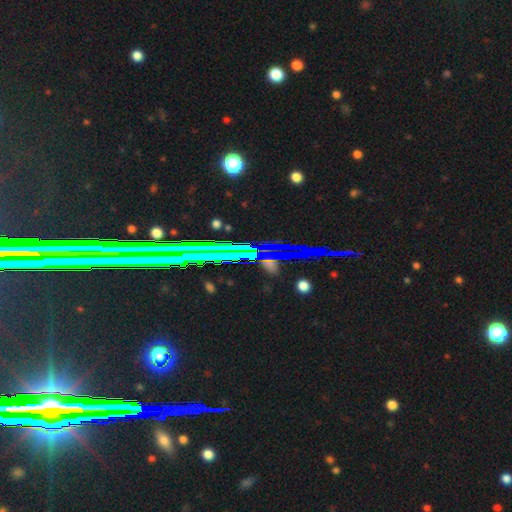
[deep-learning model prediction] star or artifact 79%, featured or disk 13%, smooth 8%.